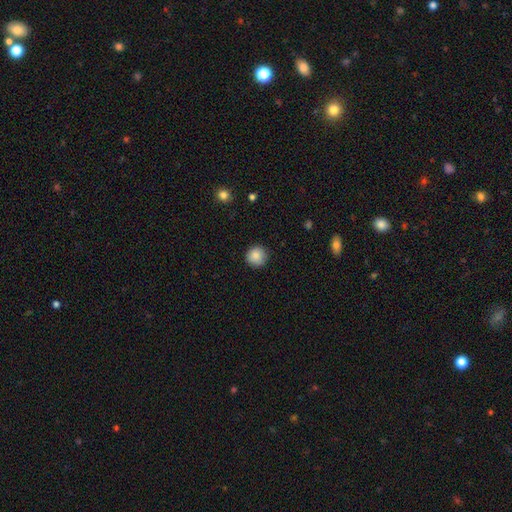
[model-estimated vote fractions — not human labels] Overall: smooth (87%). How rounded: round (94%). Merging: none (88%).